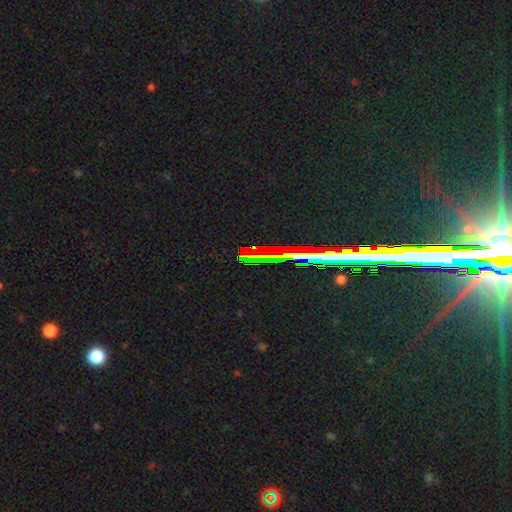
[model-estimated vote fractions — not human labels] The model was most divided on "smooth or featured": star or artifact: 74%, featured or disk: 16%, smooth: 10%.